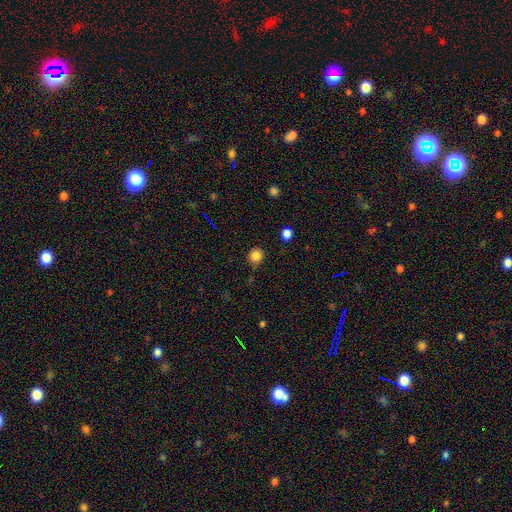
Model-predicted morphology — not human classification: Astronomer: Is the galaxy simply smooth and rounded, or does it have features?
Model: smooth — 84%.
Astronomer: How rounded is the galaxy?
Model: round — 88%.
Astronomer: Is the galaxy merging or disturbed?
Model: none — 81%.